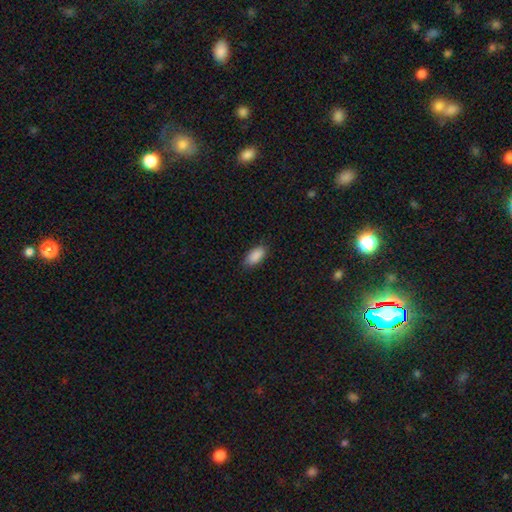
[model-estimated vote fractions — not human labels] A smooth galaxy with no disk features (89%) that is in between round and cigar-shaped (91%).

Vote fractions:
- Smooth or featured? smooth: 89% / star or artifact: 7% / featured or disk: 4%
- How rounded? in between: 91% / cigar-shaped: 7% / round: 2%
- Merging? none: 82% / minor disturbance: 15% / major disturbance: 3% / merger: 1%